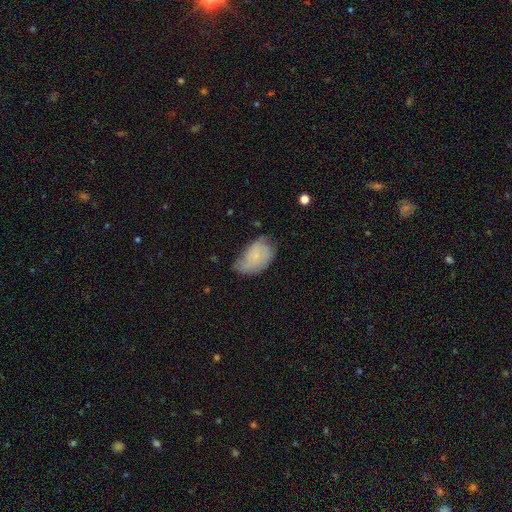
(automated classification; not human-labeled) Smooth or featured? smooth (62%)
How rounded? in between (90%)
Merging? minor disturbance (44%)